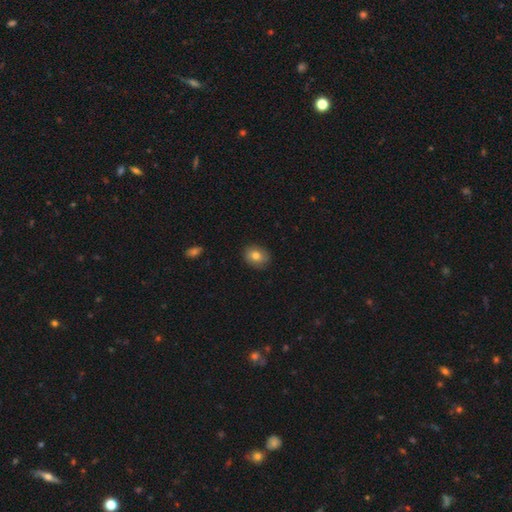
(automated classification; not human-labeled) This is likely a smooth galaxy (80%). How rounded: possibly round (53%). Merging: clearly none (87%).